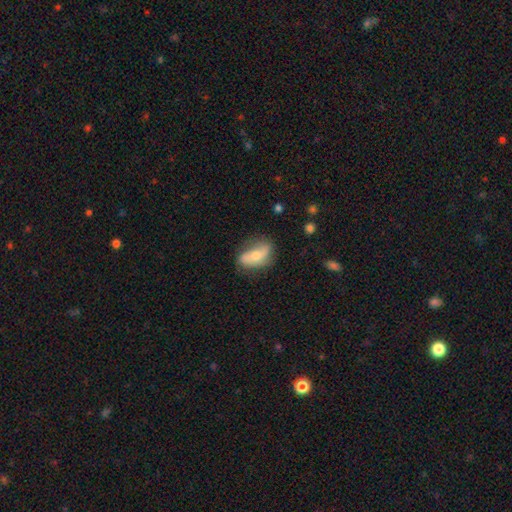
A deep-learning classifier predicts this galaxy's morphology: Smooth or featured? Predicted: smooth (p=0.53). How rounded? Predicted: in between (p=0.85). Merging? Predicted: none (p=0.60).